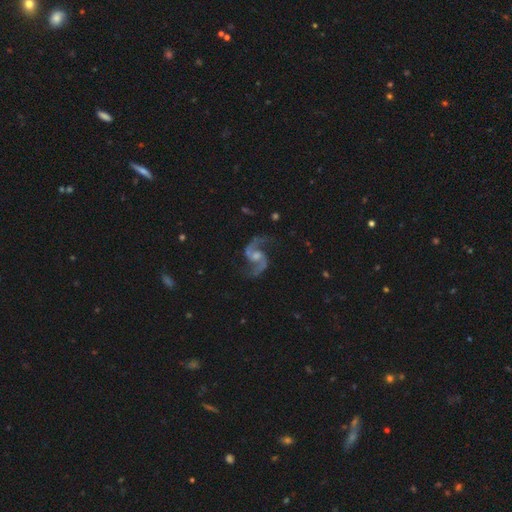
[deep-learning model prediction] Smooth or featured? Predicted: featured or disk (p=0.92). Edge-on disk? Predicted: no (p=0.98). Bar? Predicted: weak (p=0.47). Spiral arms? Predicted: yes (p=0.98). Spiral winding? Predicted: loose (p=0.54). Spiral arm count? Predicted: 2 (p=0.94). Bulge size? Predicted: moderate (p=0.45). Merging? Predicted: none (p=0.77).